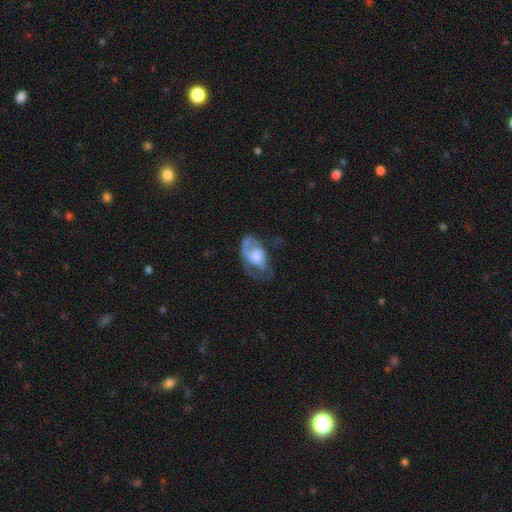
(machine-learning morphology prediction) A featured or disk galaxy (57%) with no bar (73%), spiral arms (67%) and a large central bulge (36%).

Vote fractions:
- Smooth or featured? featured or disk: 57% / smooth: 35% / star or artifact: 7%
- Edge-on disk? no: 95% / yes: 5%
- Bar? no: 73% / weak: 23% / strong: 4%
- Spiral arms? yes: 67% / no: 33%
- Bulge size? large: 36% / moderate: 30% / small: 16% / none: 14% / dominant: 4%
- Merging? none: 36% / major disturbance: 34% / minor disturbance: 26% / merger: 3%